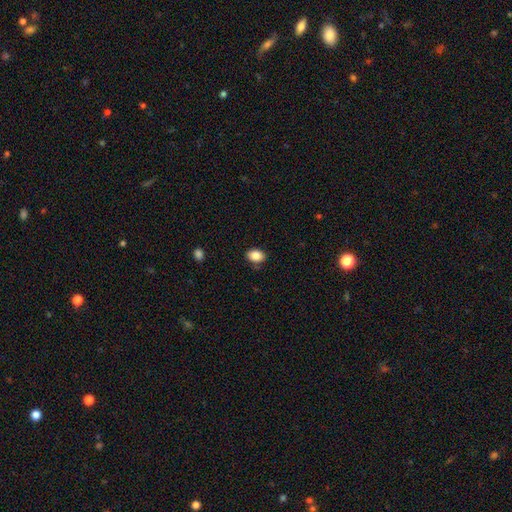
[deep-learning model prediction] smooth_or_featured: smooth (p=0.86) [alt: star or artifact p=0.08]
how_rounded: in between (p=0.76) [alt: round p=0.23]
merging: none (p=0.85) [alt: minor disturbance p=0.11]